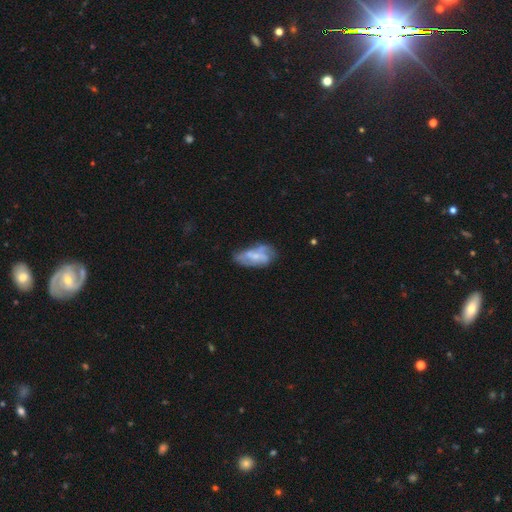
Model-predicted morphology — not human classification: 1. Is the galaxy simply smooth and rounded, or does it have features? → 61% featured or disk, 32% smooth, 7% star or artifact.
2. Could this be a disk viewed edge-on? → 93% no, 7% yes.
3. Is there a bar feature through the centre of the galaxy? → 41% no, 40% weak, 19% strong.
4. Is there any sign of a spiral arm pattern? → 70% yes, 30% no.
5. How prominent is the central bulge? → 48% small, 24% moderate, 24% none, 3% large, 1% dominant.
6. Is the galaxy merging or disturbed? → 50% none, 28% minor disturbance, 16% major disturbance, 5% merger.